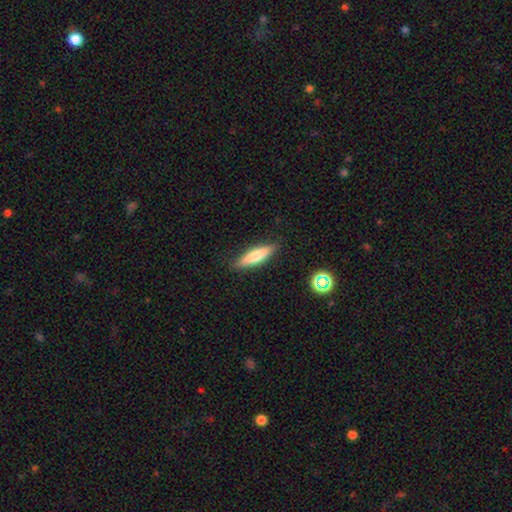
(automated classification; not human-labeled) A smooth galaxy with no disk features (70%) that is cigar-shaped (73%).

Vote fractions:
- Smooth or featured? smooth: 70% / featured or disk: 24% / star or artifact: 7%
- How rounded? cigar-shaped: 73% / in between: 25% / round: 2%
- Merging? none: 86% / minor disturbance: 11% / major disturbance: 2% / merger: 1%